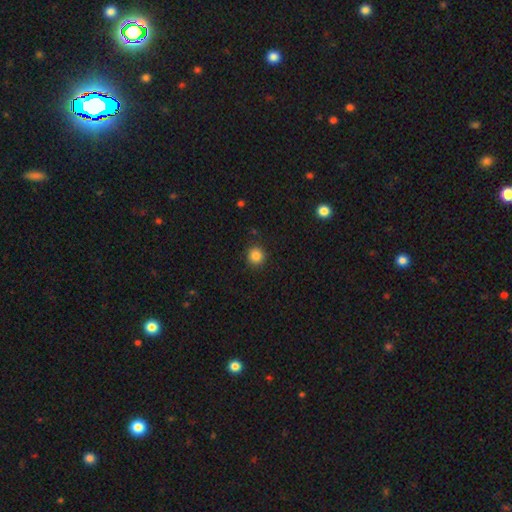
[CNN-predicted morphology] A smooth galaxy with no disk features (86%) that is round (92%). Merging: none (91%).